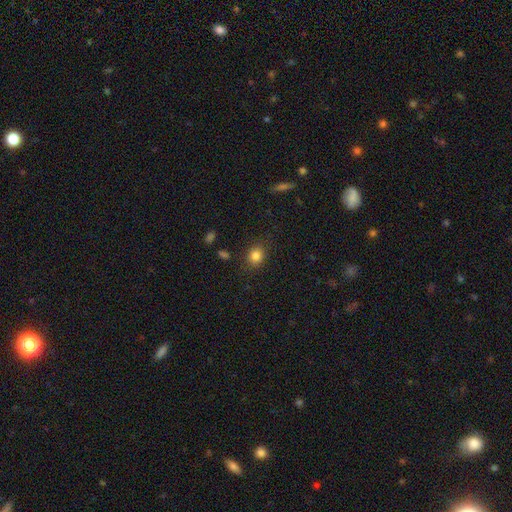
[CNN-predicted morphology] This is clearly a smooth galaxy (83%). How rounded: likely round (69%). Merging: clearly none (85%).